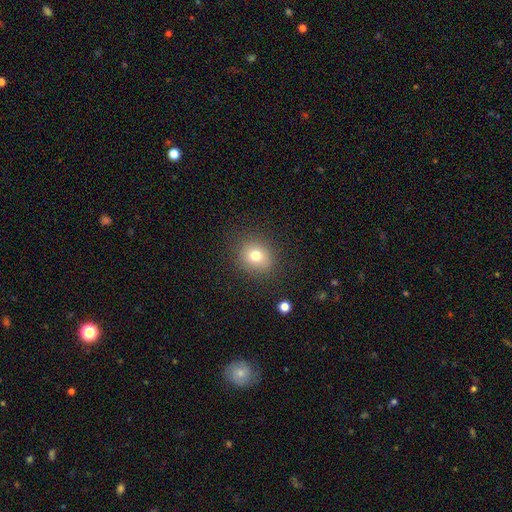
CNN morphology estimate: Overall: smooth (76%). How rounded: round (79%). Merging: none (86%).